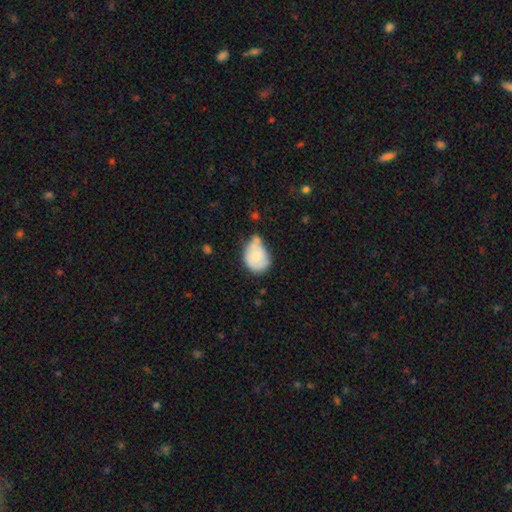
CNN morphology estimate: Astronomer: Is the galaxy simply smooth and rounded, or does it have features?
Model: smooth — 62%.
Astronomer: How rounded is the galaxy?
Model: in between — 63%.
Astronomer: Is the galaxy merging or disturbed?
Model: minor disturbance — 40% (runner-up: none, 33%).